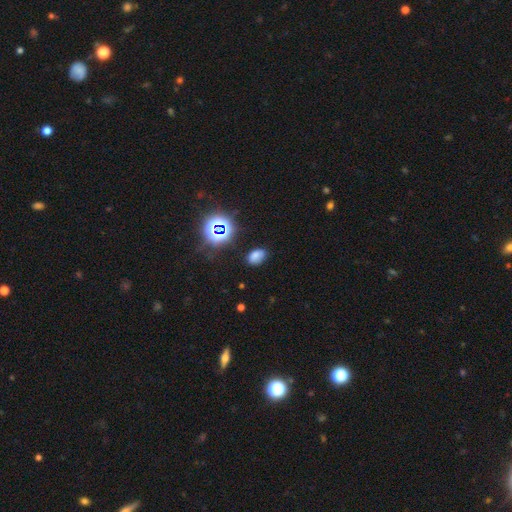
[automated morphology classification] Smooth or featured: smooth — 67% (star or artifact — 24%)
How rounded: in between — 84% (round — 14%)
Merging: none — 78% (minor disturbance — 16%)